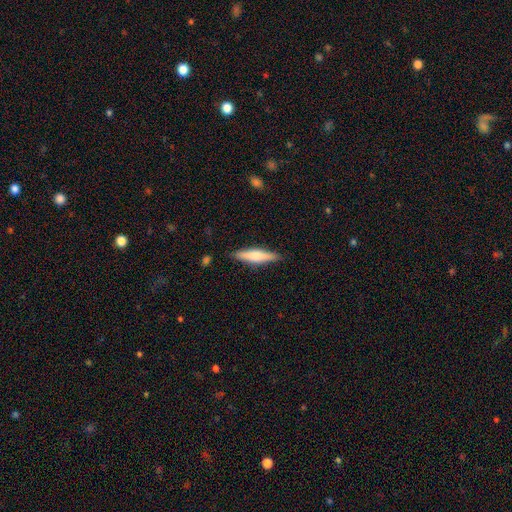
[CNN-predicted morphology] smooth 60%, featured or disk 34%, star or artifact 6%. Down the decision tree: how rounded — cigar-shaped (79%); merging — none (87%).